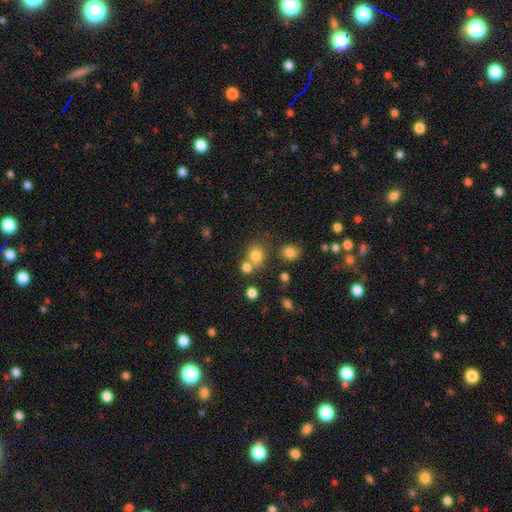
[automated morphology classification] This appears to be a smooth galaxy with no disk features (77%) that is round (79%). Merging: none (61%).